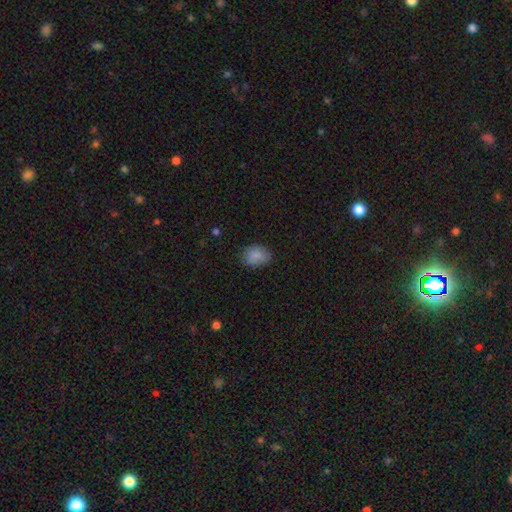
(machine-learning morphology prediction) This is clearly a smooth galaxy (86%). How rounded: likely in between (69%). Merging: likely none (77%).